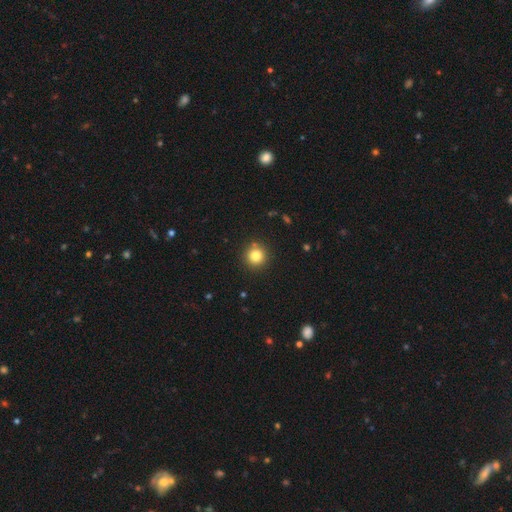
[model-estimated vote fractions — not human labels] The model was most divided on "smooth or featured": smooth: 81%, star or artifact: 12%, featured or disk: 7%. More confident: how rounded — round (94%); merging — none (88%).